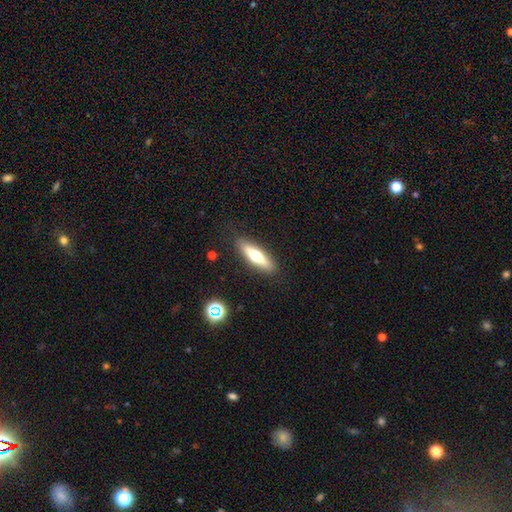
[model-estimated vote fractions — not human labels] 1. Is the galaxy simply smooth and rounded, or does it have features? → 51% smooth, 43% featured or disk, 6% star or artifact.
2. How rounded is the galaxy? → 68% cigar-shaped, 30% in between, 2% round.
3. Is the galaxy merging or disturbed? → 88% none, 9% minor disturbance, 2% major disturbance, 1% merger.